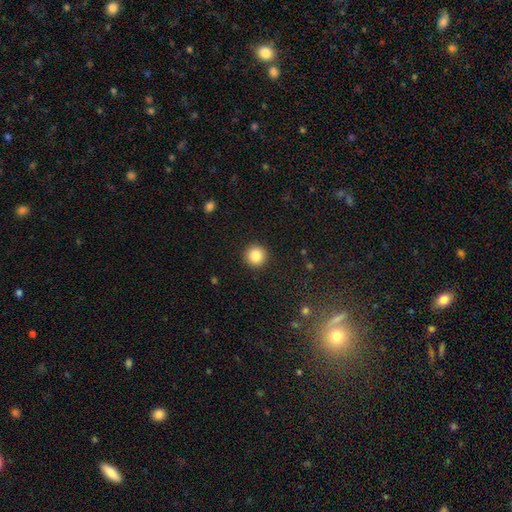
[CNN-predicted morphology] Smooth or featured? smooth (85%)
How rounded? round (95%)
Merging? none (92%)